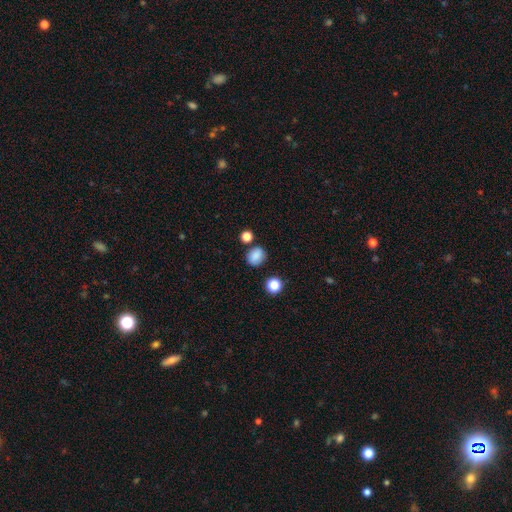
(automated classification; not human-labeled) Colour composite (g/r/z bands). It shows a smooth galaxy with no disk features (84%) that is round (56%). Merging: none (79%).